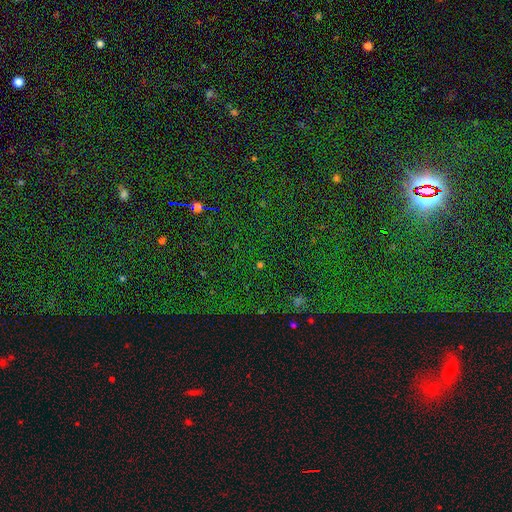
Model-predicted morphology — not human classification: A star or artifact, not a galaxy (77%).